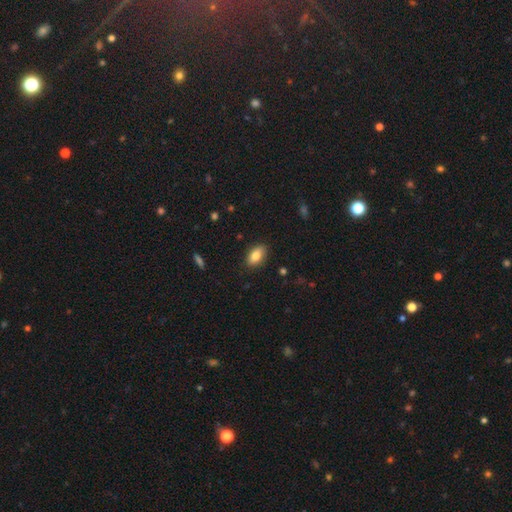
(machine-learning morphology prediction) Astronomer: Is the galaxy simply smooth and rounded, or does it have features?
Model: smooth — 83%.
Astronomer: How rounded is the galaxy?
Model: in between — 90%.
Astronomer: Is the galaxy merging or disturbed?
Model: none — 86%.